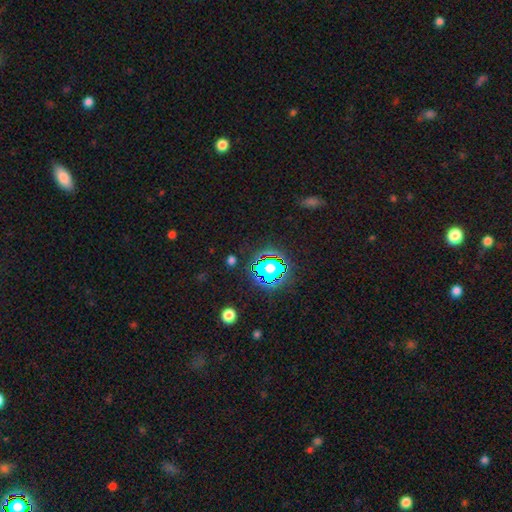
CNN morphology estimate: Smooth or featured?
  - star or artifact: 77% *
  - smooth: 15%
  - featured or disk: 8%